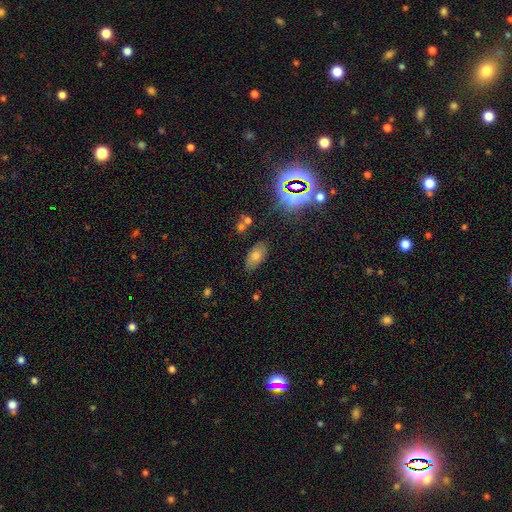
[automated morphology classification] Overall: smooth (65%). How rounded: in between (91%). Merging: none (81%).